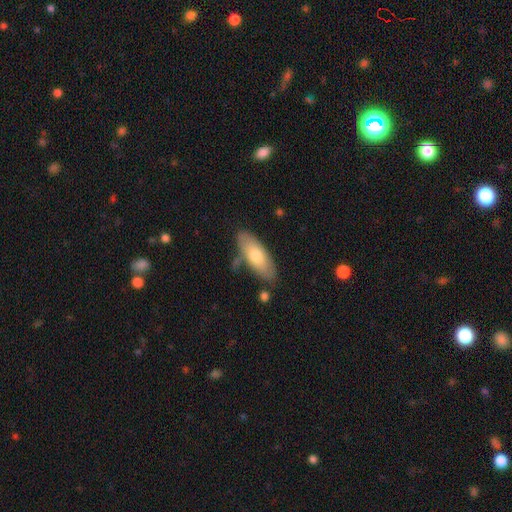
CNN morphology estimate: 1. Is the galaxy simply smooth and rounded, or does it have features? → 67% smooth, 27% featured or disk, 6% star or artifact.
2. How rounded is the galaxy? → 77% in between, 21% cigar-shaped, 2% round.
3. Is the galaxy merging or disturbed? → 76% none, 15% minor disturbance, 5% merger, 3% major disturbance.